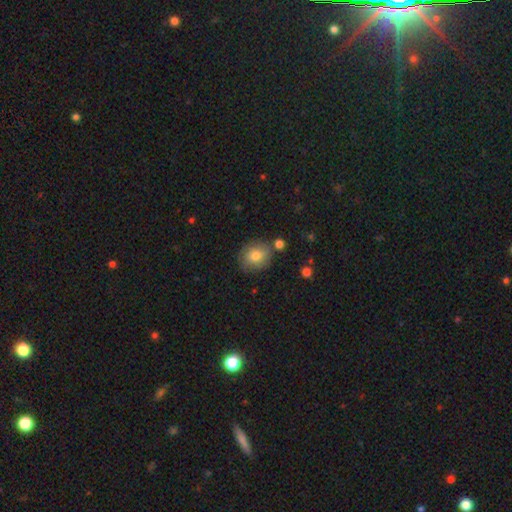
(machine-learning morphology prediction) type=smooth (78%); roundness=round (60%); merging=none (71%).